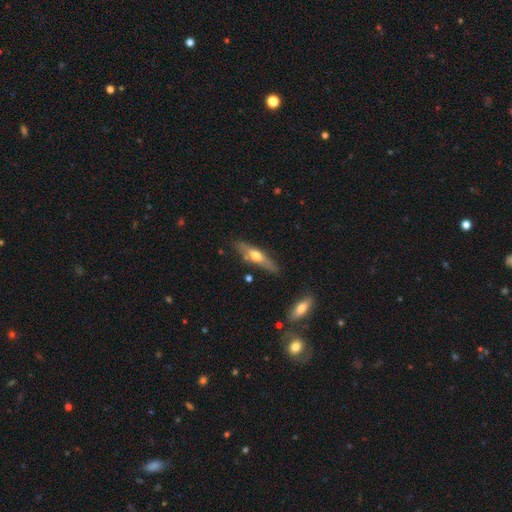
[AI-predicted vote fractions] smooth-or-featured: featured or disk: 52% | smooth: 43% | star or artifact: 6%
  disk-edge-on: yes: 83% | no: 17%
  merging: none: 79% | minor disturbance: 14% | merger: 4% | major disturbance: 3%